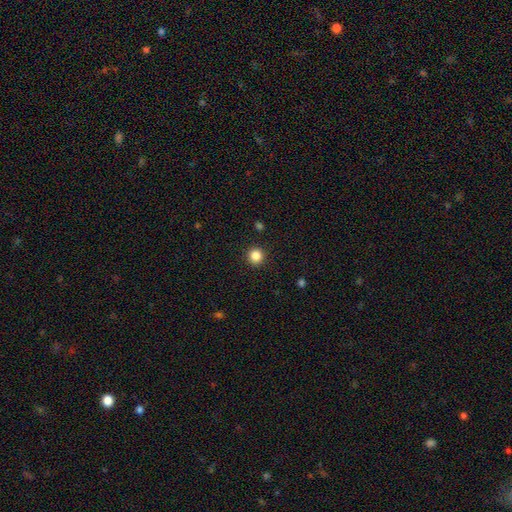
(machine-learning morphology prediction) A smooth galaxy with no disk features (85%) that is round (93%).

Vote fractions:
- Smooth or featured? smooth: 85% / star or artifact: 11% / featured or disk: 3%
- How rounded? round: 93% / in between: 6% / cigar-shaped: 1%
- Merging? none: 92% / minor disturbance: 5% / major disturbance: 2% / merger: 1%